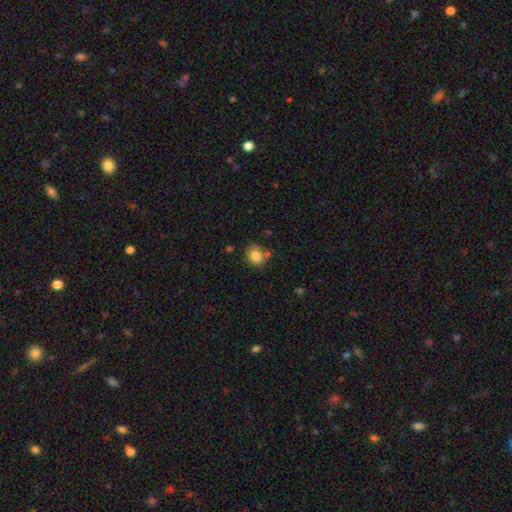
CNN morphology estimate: Overall: smooth (82%). How rounded: round (63%; in between 36%). Merging: none (64%).